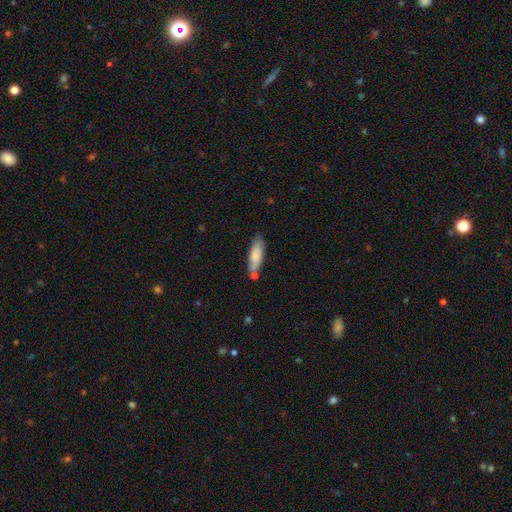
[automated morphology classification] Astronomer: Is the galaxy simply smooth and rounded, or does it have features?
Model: smooth — 74%.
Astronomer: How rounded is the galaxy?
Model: in between — 55% (runner-up: cigar-shaped, 43%).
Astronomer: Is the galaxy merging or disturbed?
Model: none — 63%.